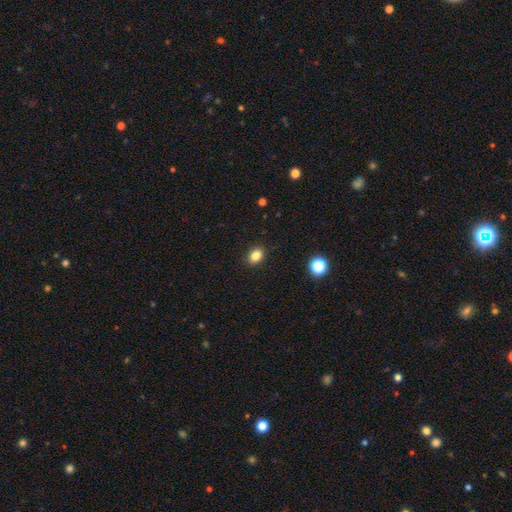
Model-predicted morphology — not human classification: smooth 84%, star or artifact 11%, featured or disk 5%. Down the decision tree: how rounded — in between (61%); merging — none (89%).